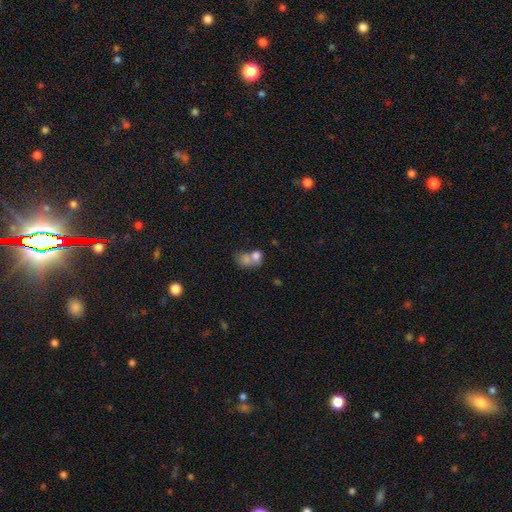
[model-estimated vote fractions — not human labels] smooth-or-featured: smooth: 56% | star or artifact: 26% | featured or disk: 18%
  how-rounded: in between: 52% | round: 44% | cigar-shaped: 4%
  merging: merger: 41% | none: 37% | minor disturbance: 11% | major disturbance: 10%